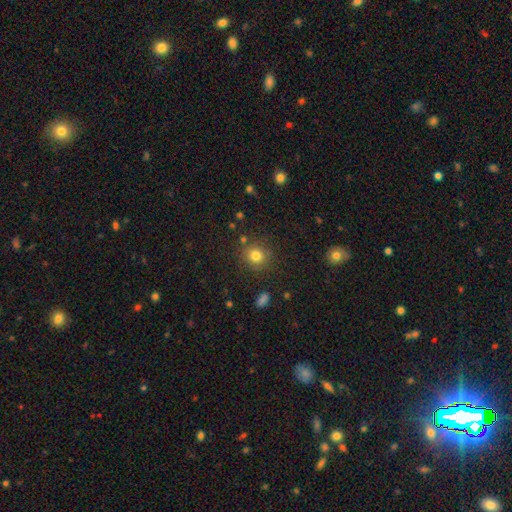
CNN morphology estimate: Smooth or featured? smooth (80%)
How rounded? round (87%)
Merging? none (83%)